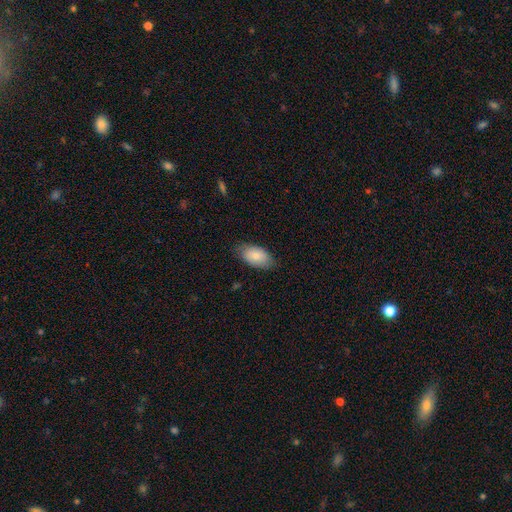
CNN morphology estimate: Smooth or featured? smooth (82%)
How rounded? in between (94%)
Merging? none (80%)